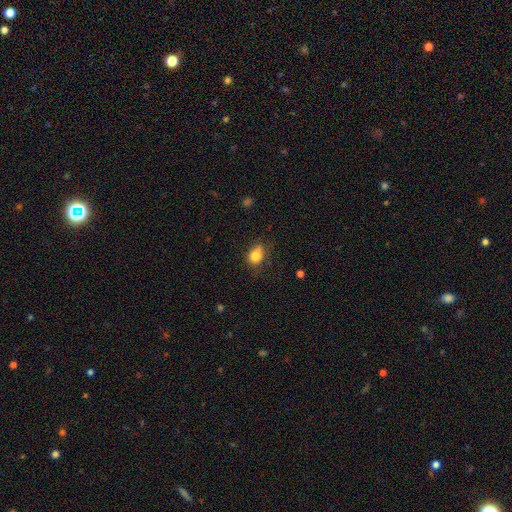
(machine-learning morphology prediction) A smooth galaxy with no disk features (79%) that is in between round and cigar-shaped (49%, tied with round). Merging: none (50%).